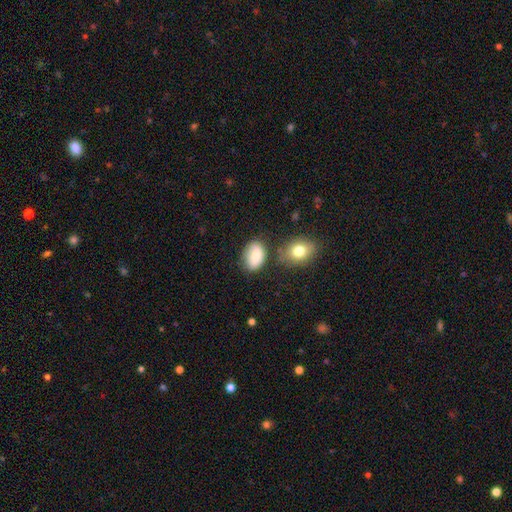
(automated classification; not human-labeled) smooth_or_featured: smooth (p=0.78) [alt: featured or disk p=0.14]
how_rounded: in between (p=0.87) [alt: round p=0.11]
merging: none (p=0.69) [alt: minor disturbance p=0.19]